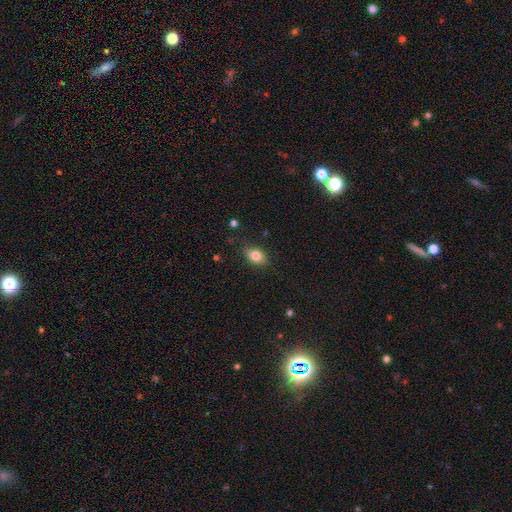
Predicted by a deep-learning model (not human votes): The model was most divided on "how rounded": in between: 79%, round: 19%, cigar-shaped: 2%. More confident: smooth or featured — smooth (83%); merging — none (81%).